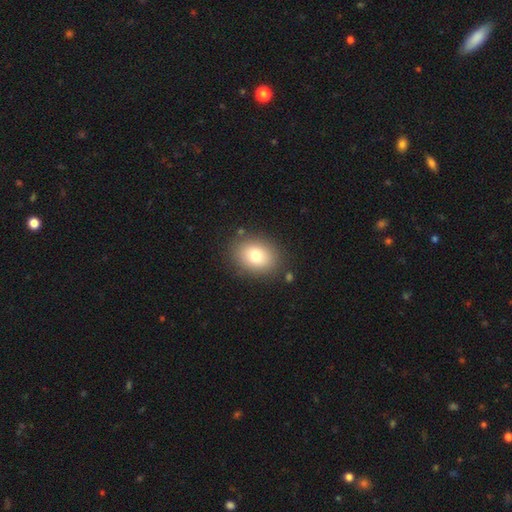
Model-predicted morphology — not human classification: Overall: smooth (78%). How rounded: in between (61%; round 38%). Merging: none (84%).